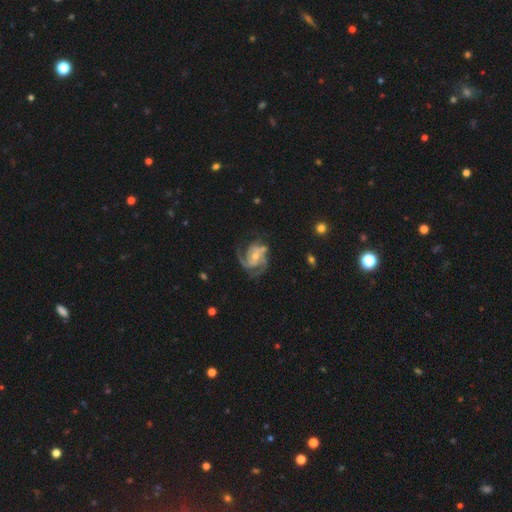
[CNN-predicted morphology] type=featured or disk (87%); edge-on=no (98%); bar=no (56%); spiral arms=yes (96%); winding=medium (47%); arm count=3 (38%); bulge=moderate (51%); merging=none (56%).